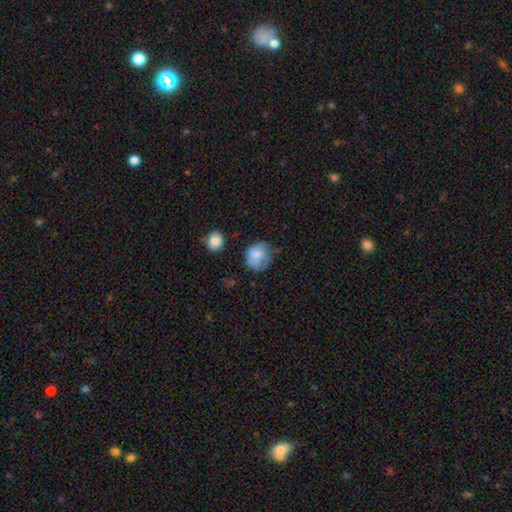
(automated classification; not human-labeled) This appears to be a smooth galaxy with no disk features (76%) that is round (74%). Merging: none (56%).